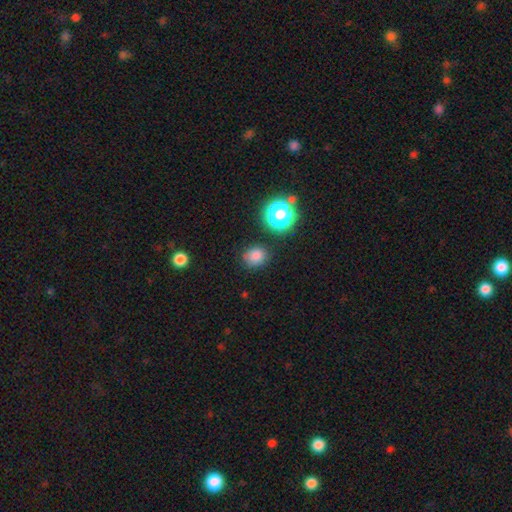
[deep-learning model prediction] Smooth or featured? smooth (80%)
How rounded? round (70%)
Merging? none (80%)